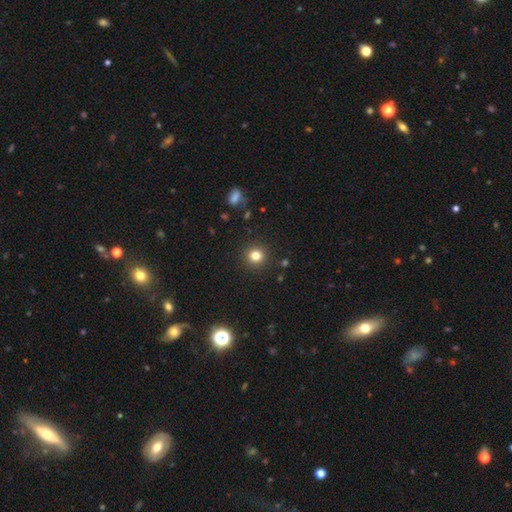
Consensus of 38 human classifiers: Overall: smooth (79%). How rounded: round (97%). Merging: none (89%).